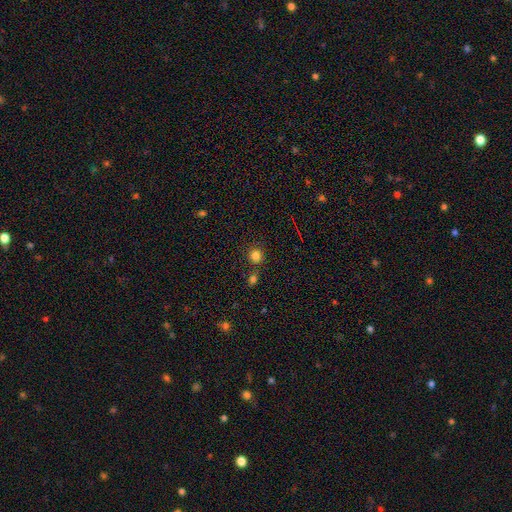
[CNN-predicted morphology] Q: Smooth or featured?
A: smooth (81%); runner-up: star or artifact (14%)
Q: How rounded?
A: round (90%); runner-up: in between (9%)
Q: Merging?
A: none (78%); runner-up: merger (11%)